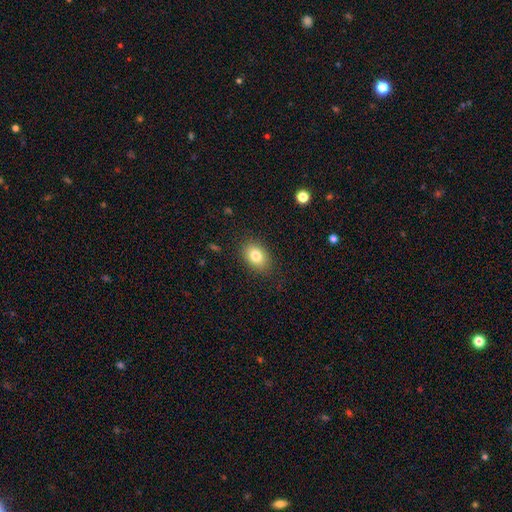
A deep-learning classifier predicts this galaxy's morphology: type=smooth (82%); roundness=in between (75%); merging=none (86%).